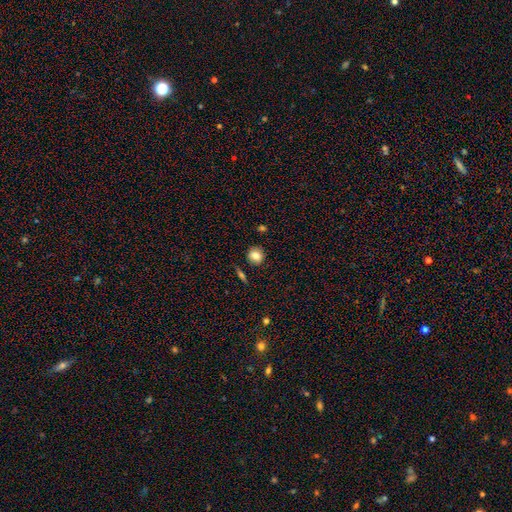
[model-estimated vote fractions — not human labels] smooth-or-featured: smooth: 83% | star or artifact: 10% | featured or disk: 8%
  how-rounded: round: 83% | in between: 15% | cigar-shaped: 1%
  merging: none: 86% | minor disturbance: 9% | merger: 3% | major disturbance: 2%